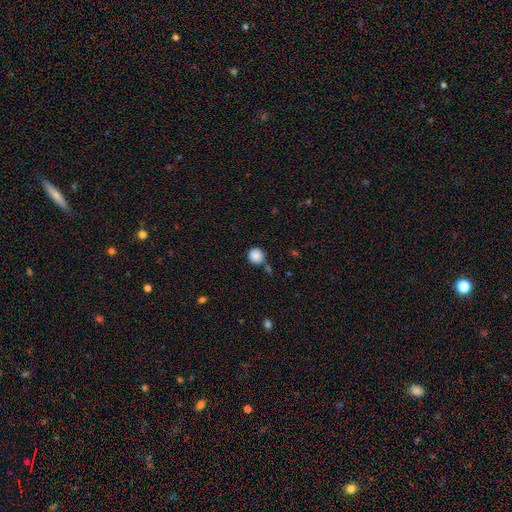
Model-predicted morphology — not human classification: Q: Smooth or featured?
A: smooth (87%); runner-up: star or artifact (9%)
Q: How rounded?
A: round (93%); runner-up: in between (6%)
Q: Merging?
A: none (75%); runner-up: minor disturbance (13%)